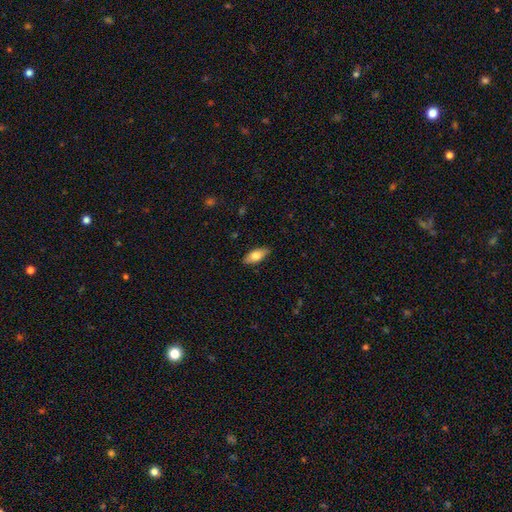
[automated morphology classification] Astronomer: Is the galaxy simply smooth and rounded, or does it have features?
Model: smooth — 75%.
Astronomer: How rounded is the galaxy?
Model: in between — 83%.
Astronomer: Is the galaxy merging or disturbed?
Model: none — 87%.